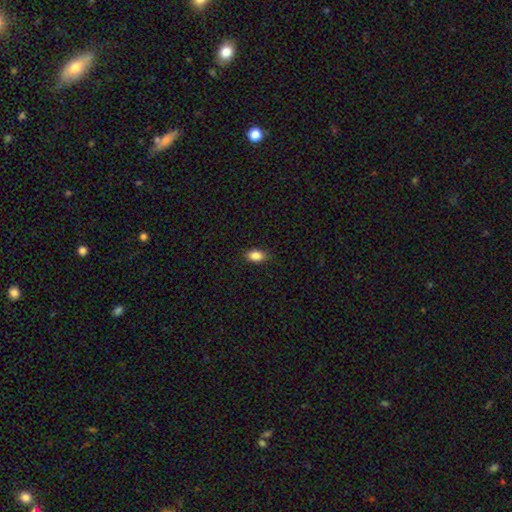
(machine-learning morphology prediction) Smooth or featured: smooth — 87% (star or artifact — 8%)
How rounded: in between — 88% (round — 9%)
Merging: none — 87% (minor disturbance — 9%)